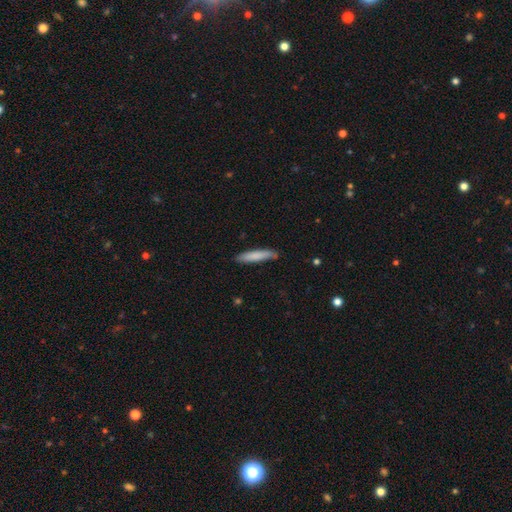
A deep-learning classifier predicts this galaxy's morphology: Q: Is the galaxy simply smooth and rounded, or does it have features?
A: smooth — 79%.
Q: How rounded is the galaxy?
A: cigar-shaped — 90%.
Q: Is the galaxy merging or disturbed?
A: none — 83%.